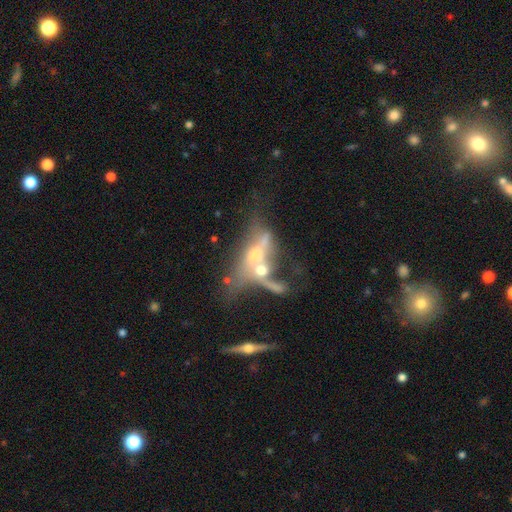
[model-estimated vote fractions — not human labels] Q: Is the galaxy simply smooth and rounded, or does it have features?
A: featured or disk — 63%.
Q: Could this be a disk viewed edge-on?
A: no — 69%.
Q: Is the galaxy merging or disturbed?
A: merger — 62%.